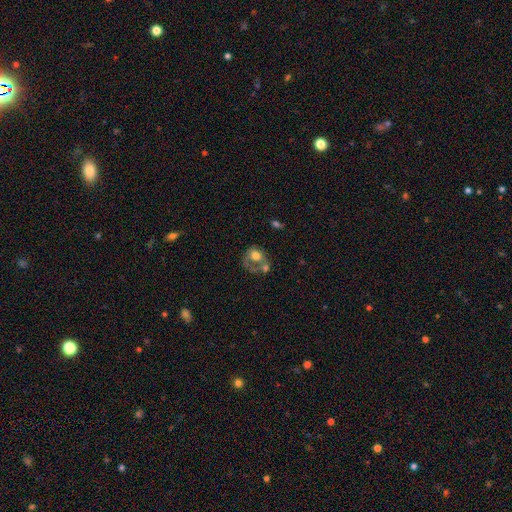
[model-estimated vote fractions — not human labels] Smooth or featured?
  - smooth: 52% *
  - featured or disk: 38%
  - star or artifact: 9%
How rounded?
  - round: 56% *
  - in between: 43%
  - cigar-shaped: 1%
Merging?
  - merger: 38% *
  - none: 24%
  - major disturbance: 23%
  - minor disturbance: 15%